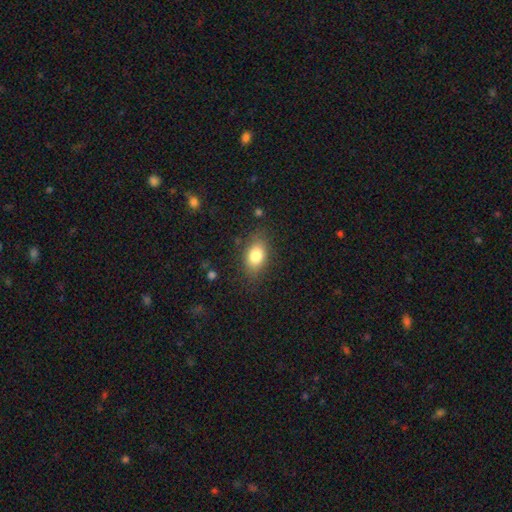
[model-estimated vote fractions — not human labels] Smooth or featured? smooth (81%)
How rounded? in between (83%)
Merging? none (80%)